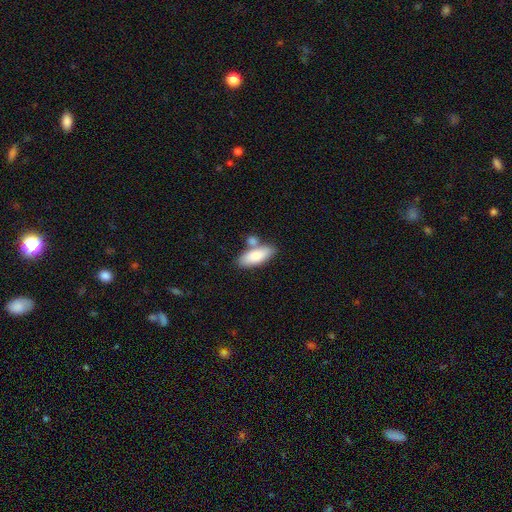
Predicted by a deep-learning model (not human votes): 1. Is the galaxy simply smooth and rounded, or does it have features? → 81% smooth, 13% featured or disk, 6% star or artifact.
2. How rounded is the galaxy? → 78% in between, 19% cigar-shaped, 2% round.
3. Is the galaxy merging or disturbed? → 58% none, 26% merger, 12% minor disturbance, 3% major disturbance.